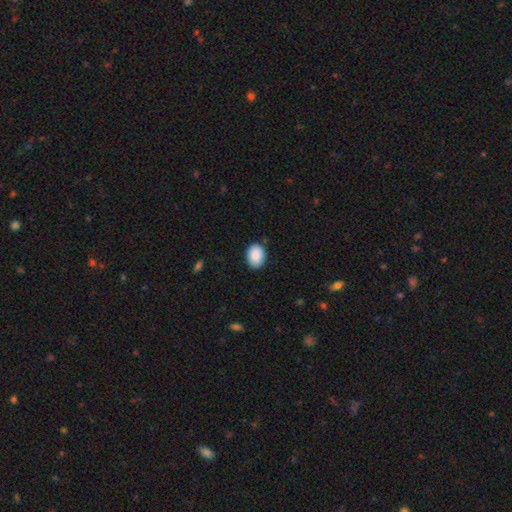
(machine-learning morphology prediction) Overall: smooth (90%). How rounded: in between (74%). Merging: none (87%).